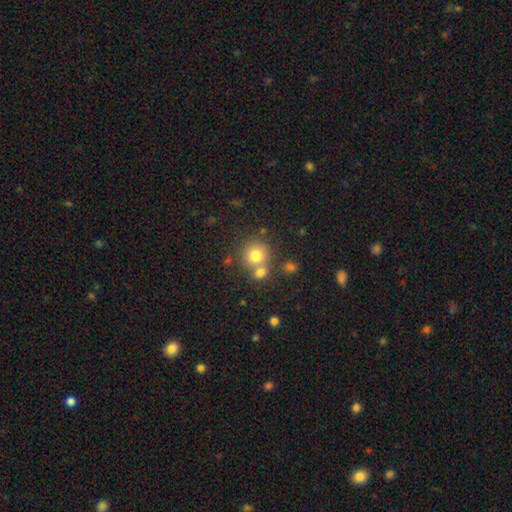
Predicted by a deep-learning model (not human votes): smooth 77%, star or artifact 12%, featured or disk 11%. Down the decision tree: how rounded — round (89%); merging — none (57%).